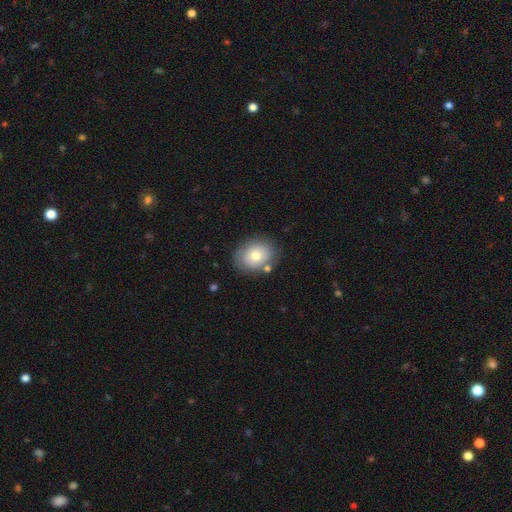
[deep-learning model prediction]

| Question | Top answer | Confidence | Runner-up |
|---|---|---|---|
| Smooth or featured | smooth | 70% | featured or disk (22%) |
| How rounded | round | 50% | in between (49%) |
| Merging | none | 77% | minor disturbance (14%) |